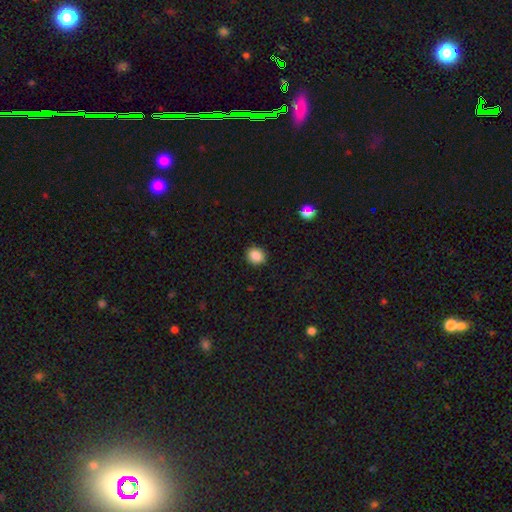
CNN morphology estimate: Overall: smooth (87%). How rounded: round (76%). Merging: none (91%).